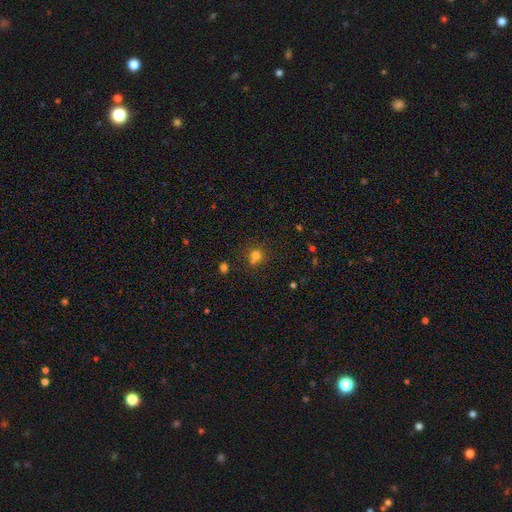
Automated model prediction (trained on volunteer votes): smooth-or-featured: smooth: 73% | star or artifact: 18% | featured or disk: 9%
  how-rounded: round: 87% | in between: 12% | cigar-shaped: 1%
  merging: none: 59% | merger: 28% | minor disturbance: 10% | major disturbance: 4%